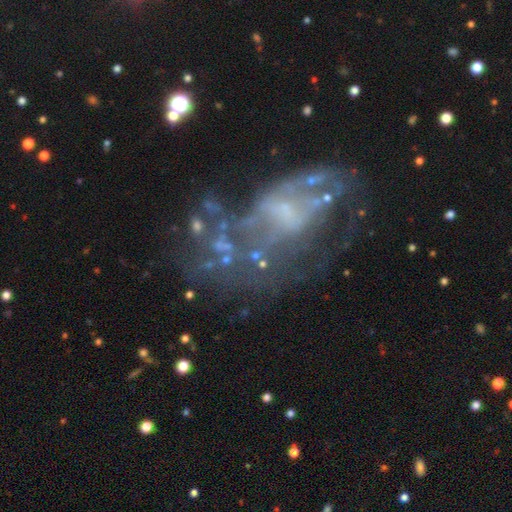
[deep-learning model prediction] This appears to be a featured or disk galaxy (68%) with no bar (69%), no spiral arms (70%) and no central bulge (47%). Merging: major disturbance (37%).